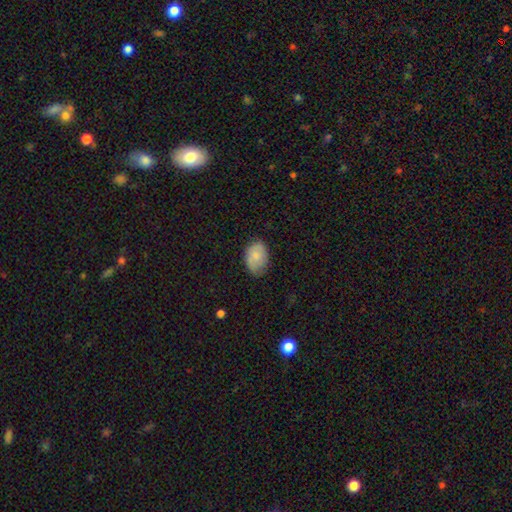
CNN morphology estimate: smooth_or_featured: smooth (p=0.78) [alt: featured or disk p=0.15]
how_rounded: in between (p=0.82) [alt: round p=0.17]
merging: none (p=0.64) [alt: minor disturbance p=0.29]